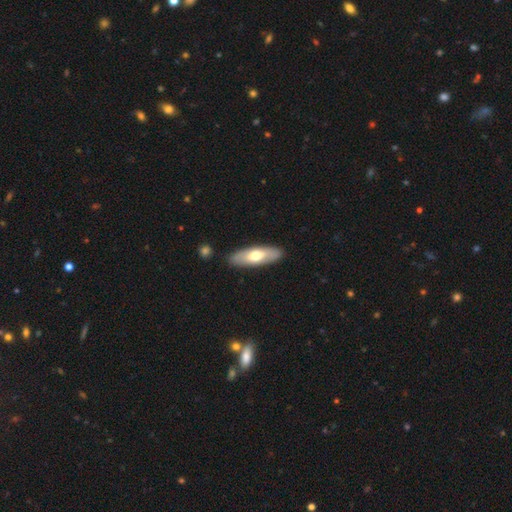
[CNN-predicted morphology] Q: Smooth or featured?
A: smooth (57%); runner-up: featured or disk (39%)
Q: How rounded?
A: in between (58%); runner-up: cigar-shaped (40%)
Q: Merging?
A: none (88%); runner-up: minor disturbance (9%)